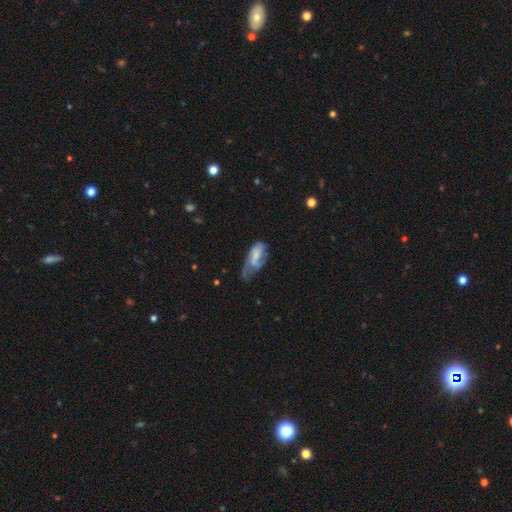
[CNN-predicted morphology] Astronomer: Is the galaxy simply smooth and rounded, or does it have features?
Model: smooth — 51% (runner-up: featured or disk, 42%).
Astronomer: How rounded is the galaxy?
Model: in between — 86%.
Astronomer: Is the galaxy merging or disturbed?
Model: major disturbance — 38% (runner-up: minor disturbance, 35%).